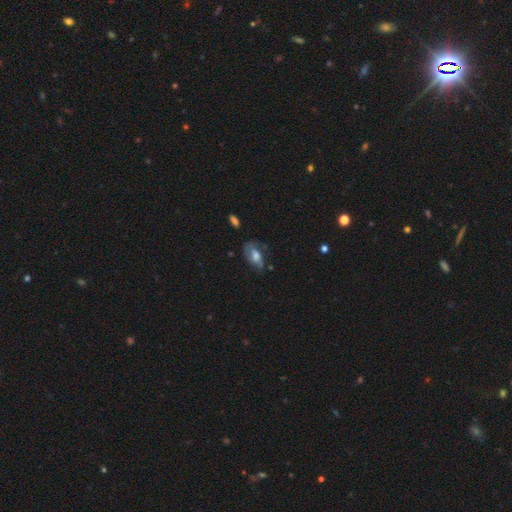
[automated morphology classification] featured or disk 49%, smooth 43%, star or artifact 9%. Down the decision tree: merging — none (50%).